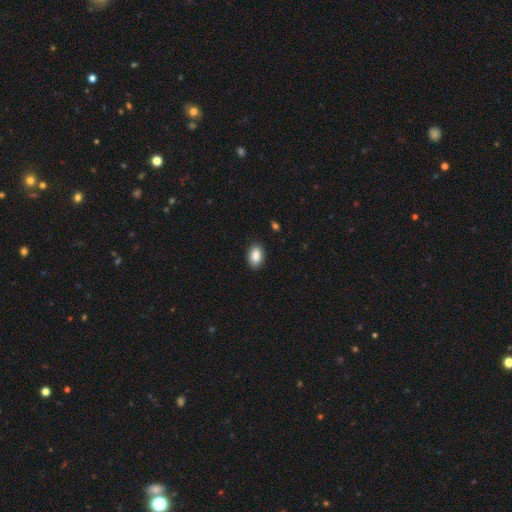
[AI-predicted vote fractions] A smooth galaxy with no disk features (88%) that is in between round and cigar-shaped (90%). Merging: none (89%).